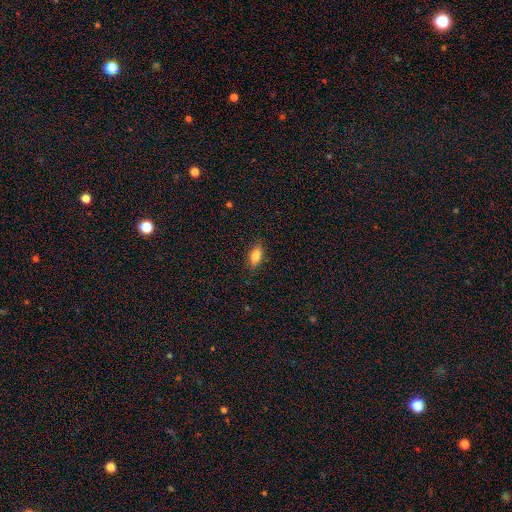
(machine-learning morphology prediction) A smooth galaxy with no disk features (83%) that is in between round and cigar-shaped (84%).

Vote fractions:
- Smooth or featured? smooth: 83% / featured or disk: 9% / star or artifact: 8%
- How rounded? in between: 84% / cigar-shaped: 13% / round: 3%
- Merging? none: 86% / minor disturbance: 11% / major disturbance: 2% / merger: 1%